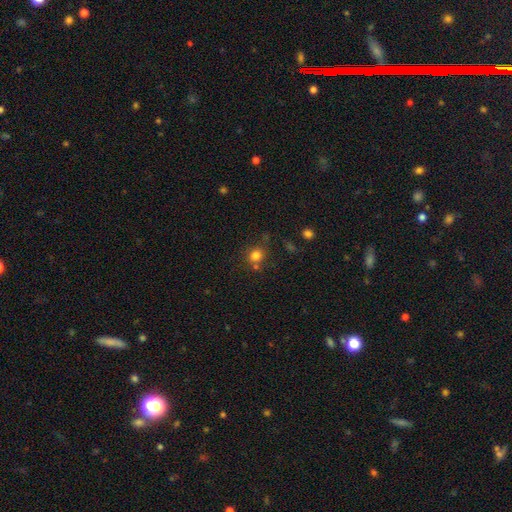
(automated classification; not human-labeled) Smooth or featured? Predicted: smooth (p=0.79). How rounded? Predicted: round (p=0.78). Merging? Predicted: none (p=0.67).